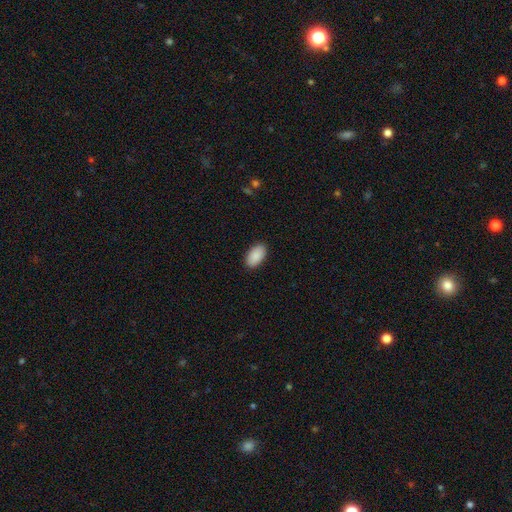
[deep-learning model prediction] A smooth galaxy with no disk features (90%) that is in between round and cigar-shaped (95%).

Vote fractions:
- Smooth or featured? smooth: 90% / star or artifact: 6% / featured or disk: 3%
- How rounded? in between: 95% / round: 3% / cigar-shaped: 2%
- Merging? none: 89% / minor disturbance: 8% / major disturbance: 2% / merger: 1%